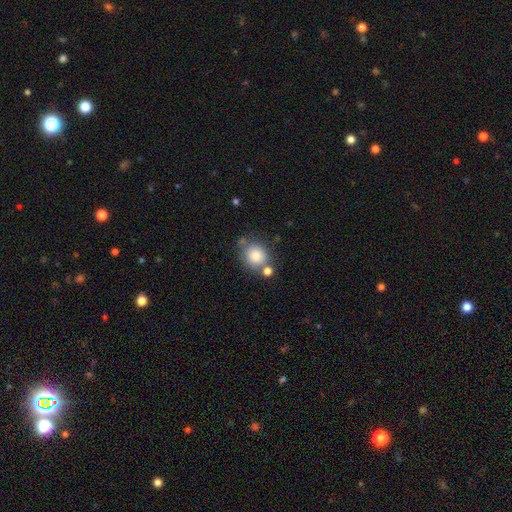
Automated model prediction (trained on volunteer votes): smooth-or-featured: smooth: 81% | star or artifact: 10% | featured or disk: 9%
  how-rounded: round: 81% | in between: 18% | cigar-shaped: 1%
  merging: none: 65% | merger: 18% | minor disturbance: 13% | major disturbance: 4%